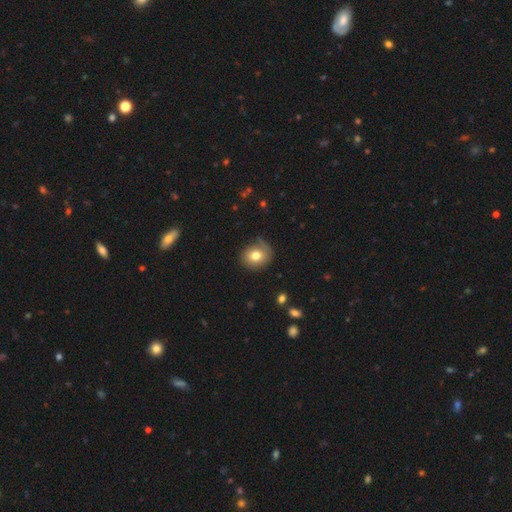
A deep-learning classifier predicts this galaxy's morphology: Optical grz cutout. It shows a smooth galaxy with no disk features (75%) that is round (77%). Merging: none (72%).